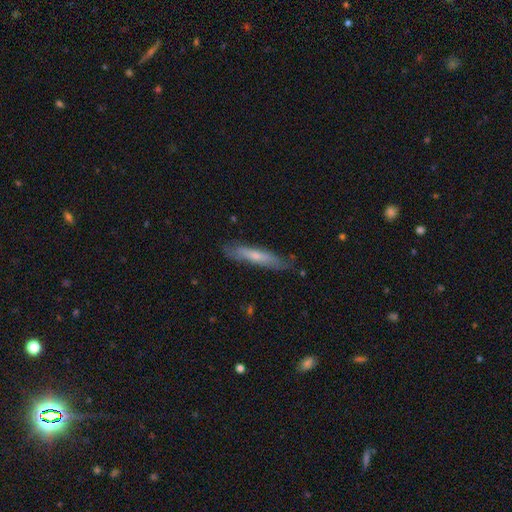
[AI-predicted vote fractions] A smooth galaxy with no disk features (52%) that is cigar-shaped (88%). Merging: none (75%).